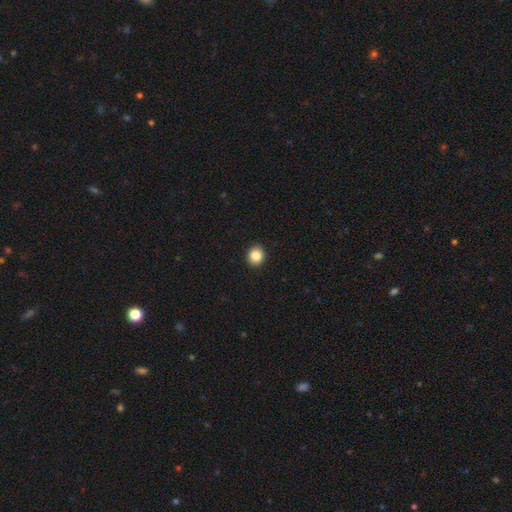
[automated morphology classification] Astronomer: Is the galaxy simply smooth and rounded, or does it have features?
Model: smooth — 86%.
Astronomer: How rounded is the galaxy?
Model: round — 71%.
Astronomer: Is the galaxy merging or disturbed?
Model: none — 93%.